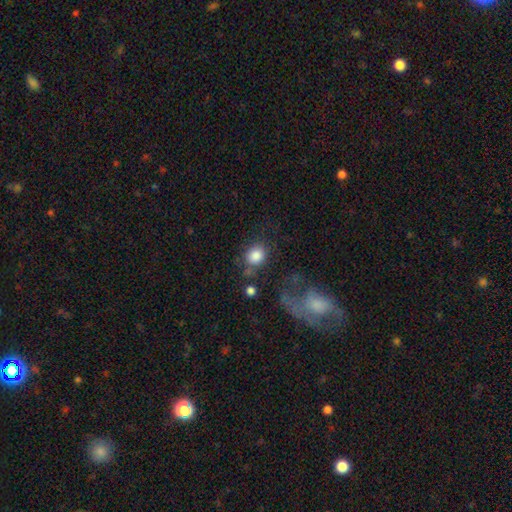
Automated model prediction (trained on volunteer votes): The model was most divided on "how rounded": round: 66%, in between: 33%, cigar-shaped: 1%. More confident: smooth or featured — smooth (84%); merging — none (57%).